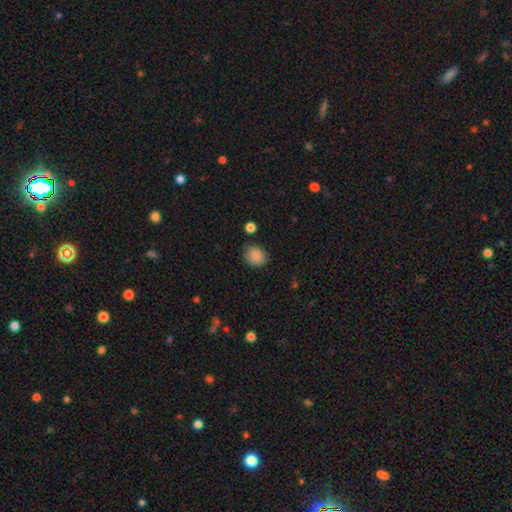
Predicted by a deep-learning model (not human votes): The model was most divided on "how rounded": round: 69%, in between: 30%, cigar-shaped: 1%. More confident: smooth or featured — smooth (87%); merging — none (81%).